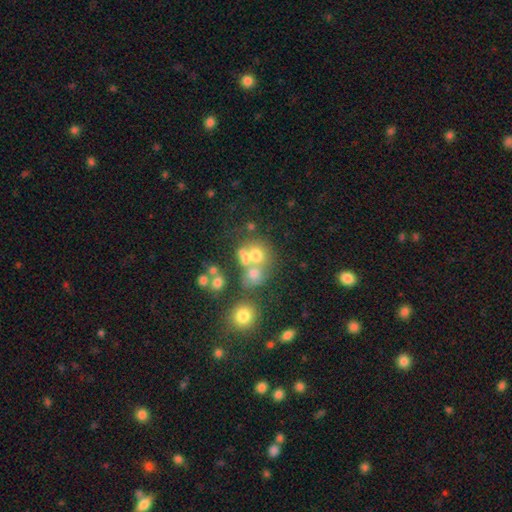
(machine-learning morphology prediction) smooth 59%, featured or disk 22%, star or artifact 19%. Down the decision tree: how rounded — round (75%); merging — merger (45%).